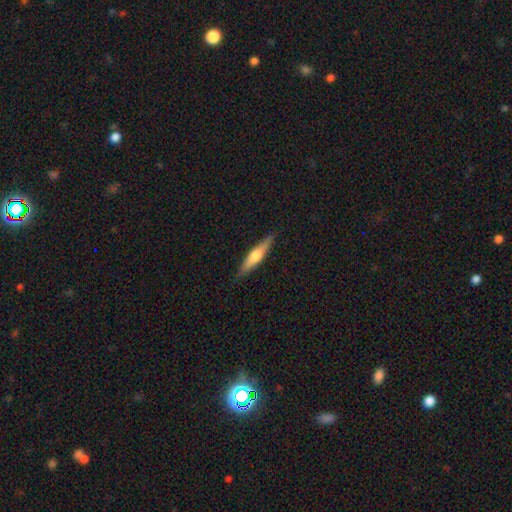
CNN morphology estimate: Smooth or featured? featured or disk (48%)
Merging? none (89%)